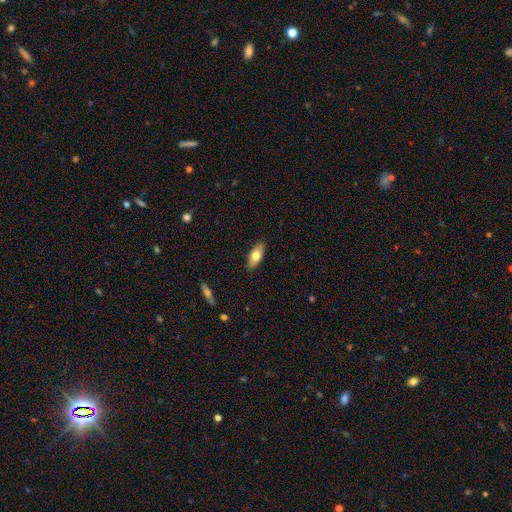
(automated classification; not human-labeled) smooth 68%, featured or disk 26%, star or artifact 6%. Down the decision tree: how rounded — in between (79%); merging — none (88%).